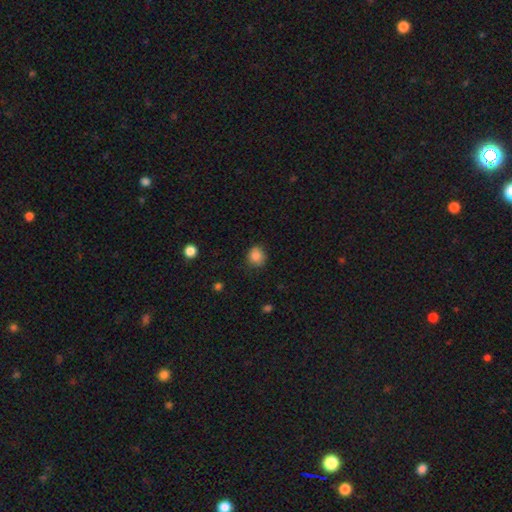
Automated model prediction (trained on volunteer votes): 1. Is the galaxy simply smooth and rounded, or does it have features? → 85% smooth, 10% star or artifact, 5% featured or disk.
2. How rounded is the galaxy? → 82% round, 17% in between, 1% cigar-shaped.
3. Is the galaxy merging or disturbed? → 82% none, 13% minor disturbance, 3% major disturbance, 1% merger.